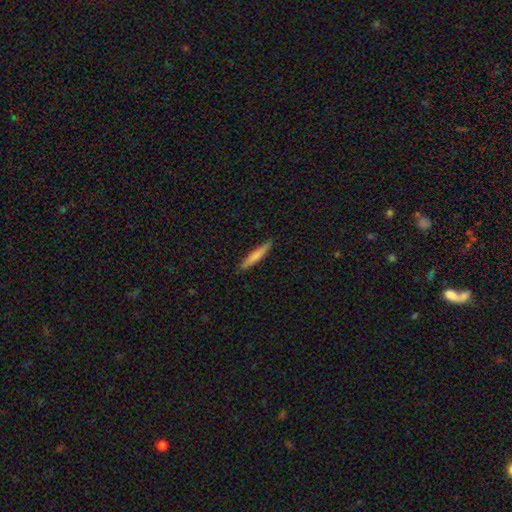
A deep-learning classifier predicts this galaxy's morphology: type=smooth (71%); roundness=cigar-shaped (93%); merging=none (89%).